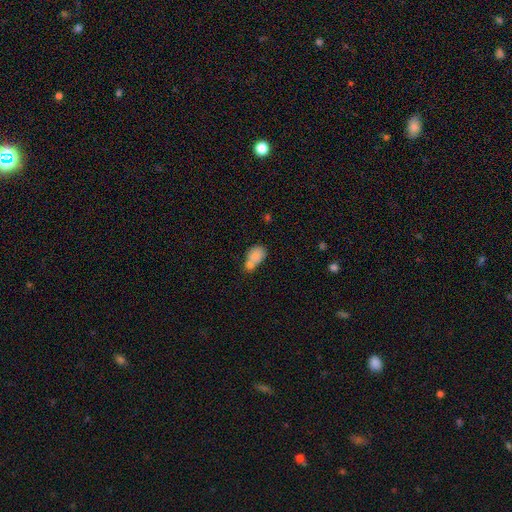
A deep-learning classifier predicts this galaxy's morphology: type=smooth (79%); roundness=in between (79%); merging=merger (54%).